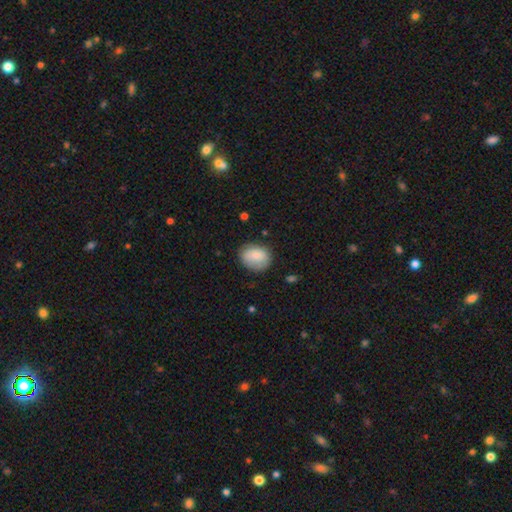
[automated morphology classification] smooth 82%, featured or disk 11%, star or artifact 7%. Down the decision tree: how rounded — in between (50%); merging — none (76%).